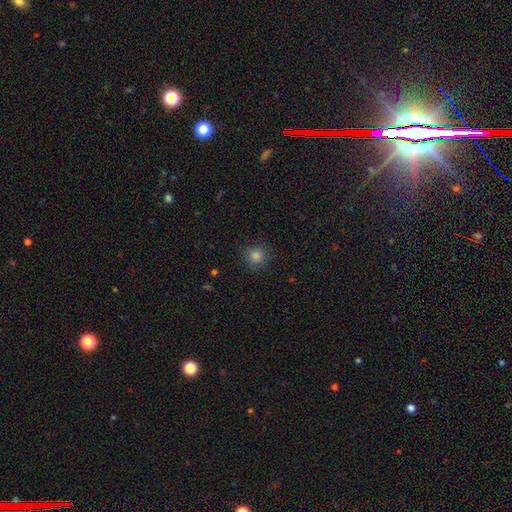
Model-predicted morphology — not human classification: smooth-or-featured: smooth: 80% | star or artifact: 16% | featured or disk: 4%
  how-rounded: round: 92% | in between: 7% | cigar-shaped: 1%
  merging: none: 88% | minor disturbance: 8% | major disturbance: 3% | merger: 1%